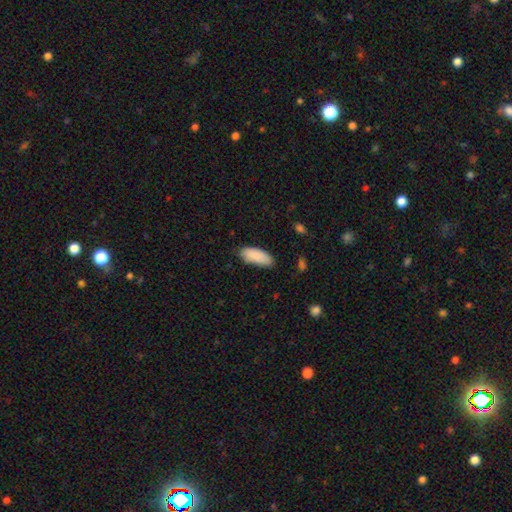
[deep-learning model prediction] Morphology: type=smooth (89%); roundness=in between (82%); merging=none (79%).